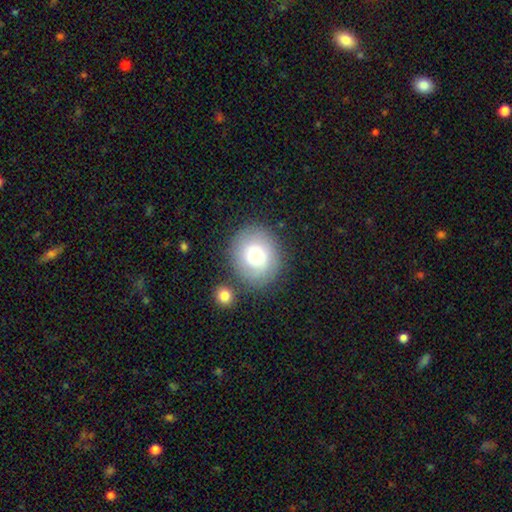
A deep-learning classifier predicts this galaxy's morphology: A smooth galaxy with no disk features (71%) that is round (78%). Merging: none (77%).